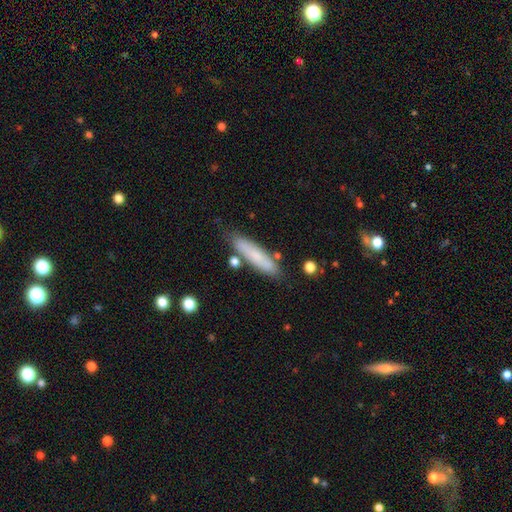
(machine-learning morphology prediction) A smooth galaxy with no disk features (72%) that is cigar-shaped (79%). Merging: none (78%).